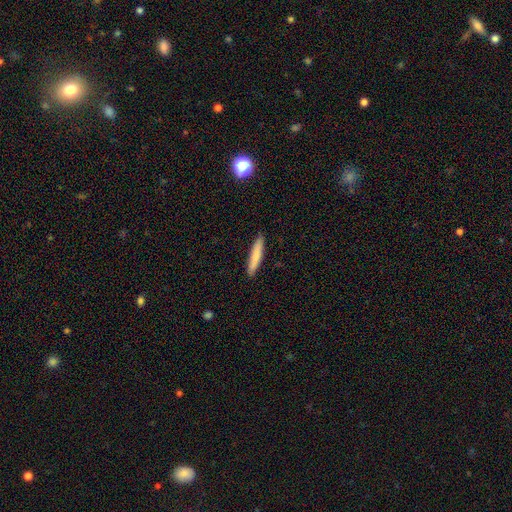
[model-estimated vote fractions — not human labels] Smooth or featured? smooth (77%)
How rounded? cigar-shaped (92%)
Merging? none (90%)